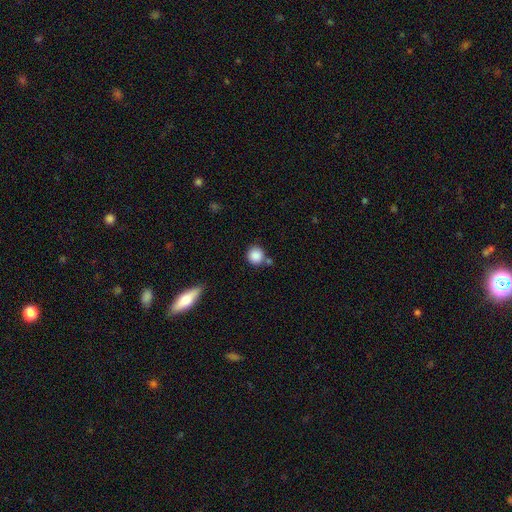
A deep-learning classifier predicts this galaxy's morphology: Smooth or featured? Predicted: smooth (p=0.87). How rounded? Predicted: round (p=0.90). Merging? Predicted: none (p=0.71).